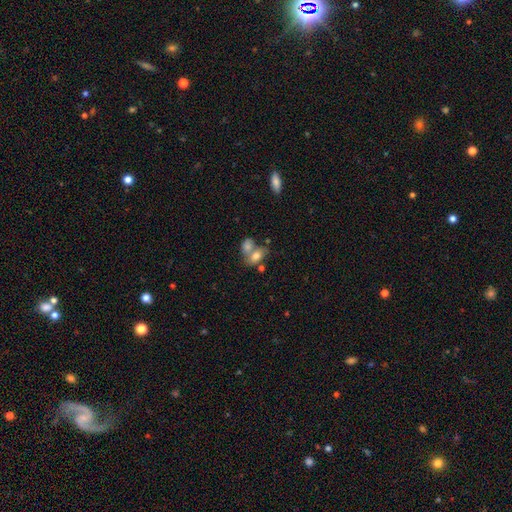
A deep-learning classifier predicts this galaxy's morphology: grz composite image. It shows a smooth galaxy with no disk features (71%) that is in between round and cigar-shaped (79%). Merging: merger (60%).